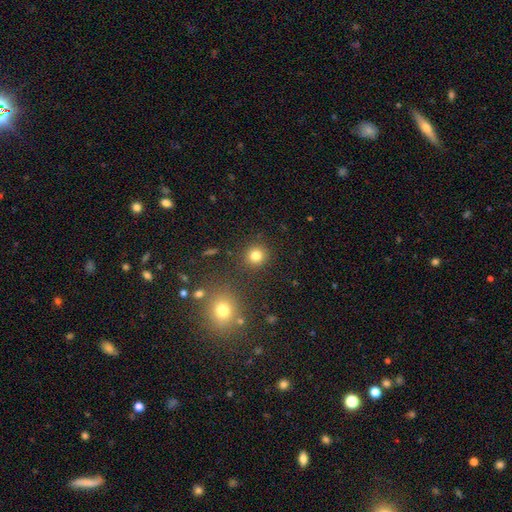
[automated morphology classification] Smooth or featured? smooth (81%)
How rounded? round (90%)
Merging? none (87%)